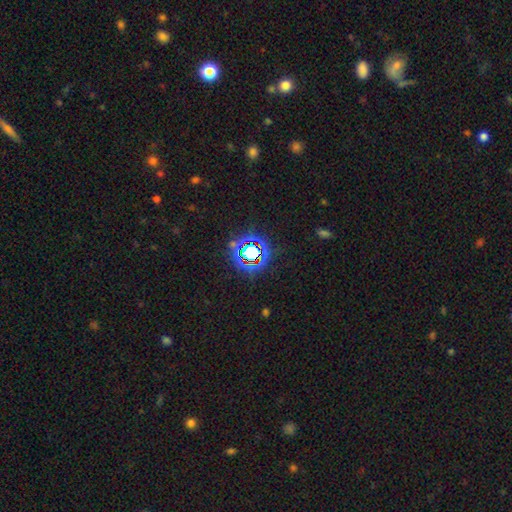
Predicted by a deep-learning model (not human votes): A star or artifact, not a galaxy (74%).